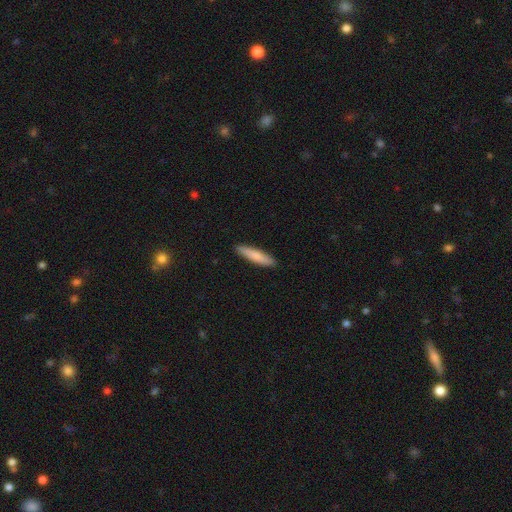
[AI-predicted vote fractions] smooth 80%, featured or disk 15%, star or artifact 5%. Down the decision tree: how rounded — cigar-shaped (85%); merging — none (90%).